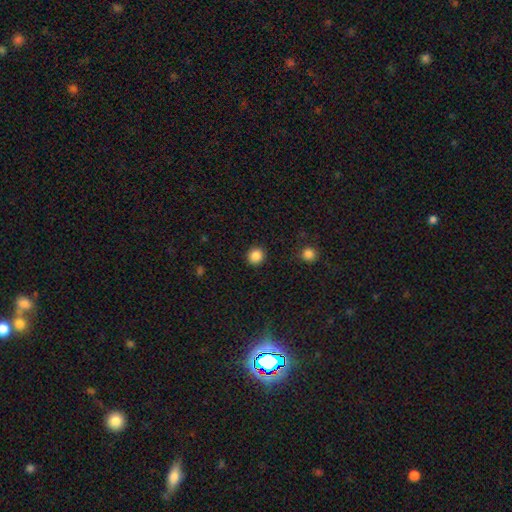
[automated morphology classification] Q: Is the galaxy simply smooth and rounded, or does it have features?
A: smooth — 87%.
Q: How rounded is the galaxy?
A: round — 88%.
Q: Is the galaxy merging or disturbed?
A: none — 91%.